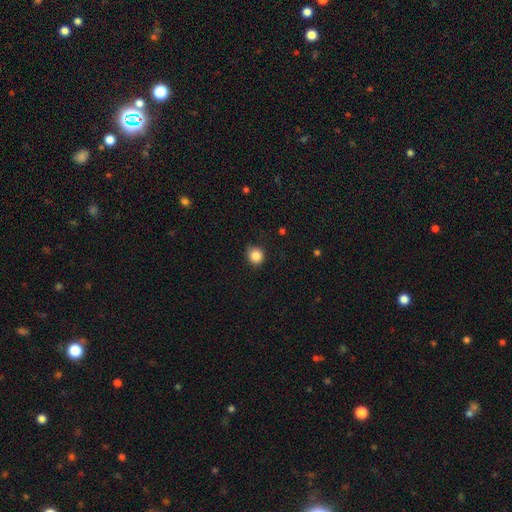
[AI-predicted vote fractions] A smooth galaxy with no disk features (86%) that is round (86%).

Vote fractions:
- Smooth or featured? smooth: 86% / star or artifact: 10% / featured or disk: 4%
- How rounded? round: 86% / in between: 13% / cigar-shaped: 1%
- Merging? none: 80% / minor disturbance: 16% / major disturbance: 3% / merger: 1%